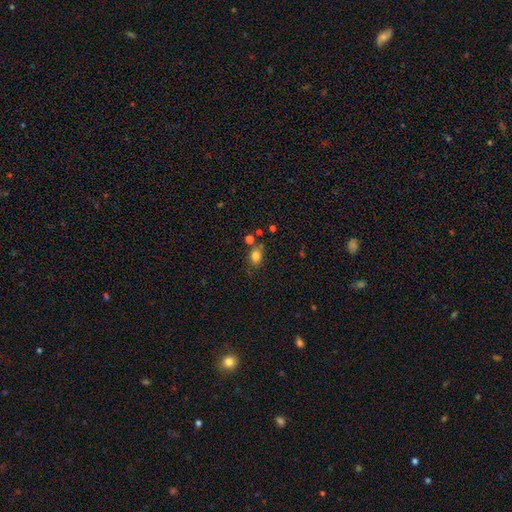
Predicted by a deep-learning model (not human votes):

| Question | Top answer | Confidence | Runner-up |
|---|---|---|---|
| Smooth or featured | smooth | 81% | star or artifact (12%) |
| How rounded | in between | 60% | round (39%) |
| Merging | none | 66% | minor disturbance (16%) |